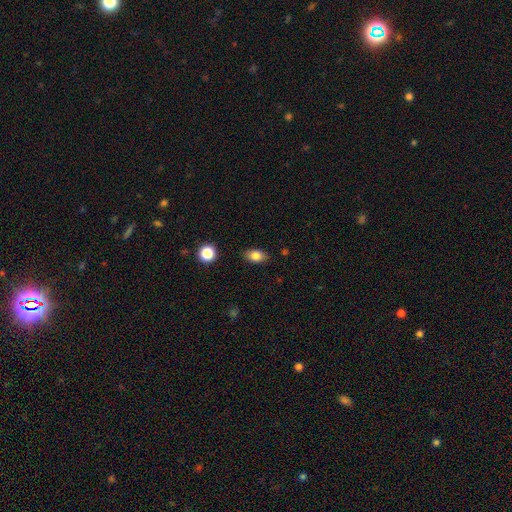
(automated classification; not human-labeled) smooth-or-featured: smooth: 82% | star or artifact: 10% | featured or disk: 8%
  how-rounded: in between: 84% | round: 14% | cigar-shaped: 2%
  merging: none: 85% | minor disturbance: 11% | major disturbance: 3% | merger: 2%